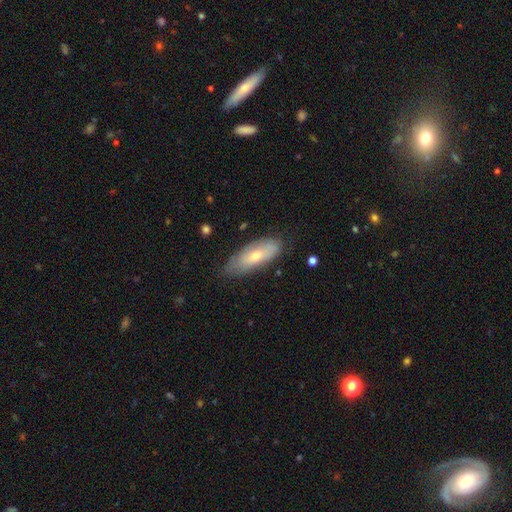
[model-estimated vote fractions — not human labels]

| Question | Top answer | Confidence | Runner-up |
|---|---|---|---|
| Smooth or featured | smooth | 59% | featured or disk (34%) |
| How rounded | in between | 73% | cigar-shaped (24%) |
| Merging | none | 73% | minor disturbance (21%) |